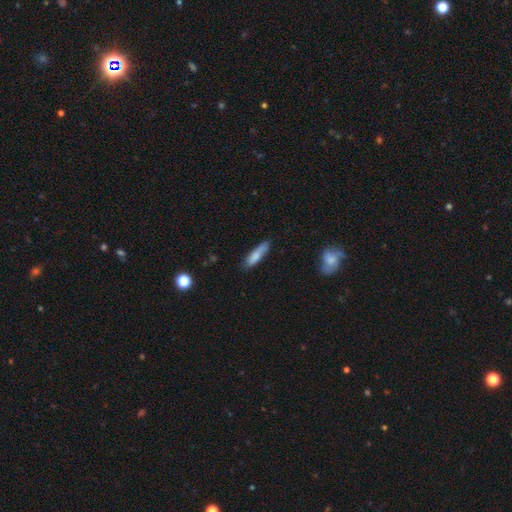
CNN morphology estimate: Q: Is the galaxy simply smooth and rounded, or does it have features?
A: smooth — 80%.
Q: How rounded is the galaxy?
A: cigar-shaped — 73%.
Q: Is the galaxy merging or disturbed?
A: none — 75%.